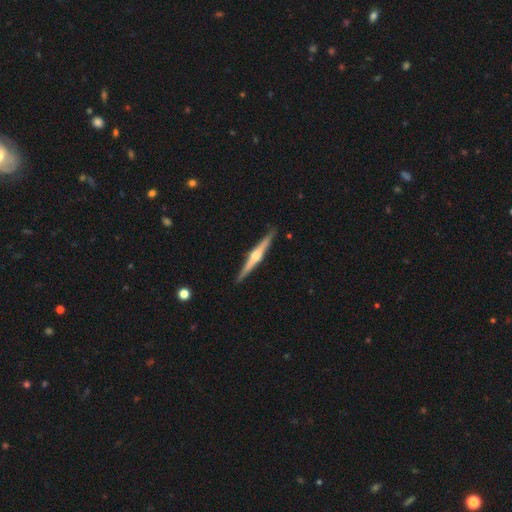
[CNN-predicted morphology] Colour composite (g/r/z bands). It shows a featured or disk galaxy (80%) viewed edge-on (99%) with a rounded central bulge (89%). Merging: none (92%).